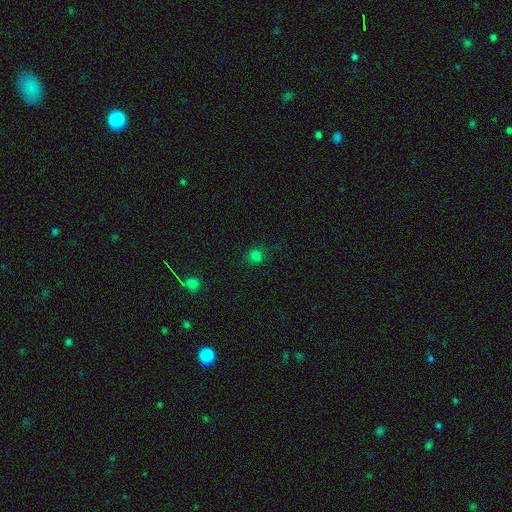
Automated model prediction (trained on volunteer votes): Smooth or featured: smooth — 77% (star or artifact — 19%)
How rounded: round — 85% (in between — 14%)
Merging: none — 85% (minor disturbance — 10%)